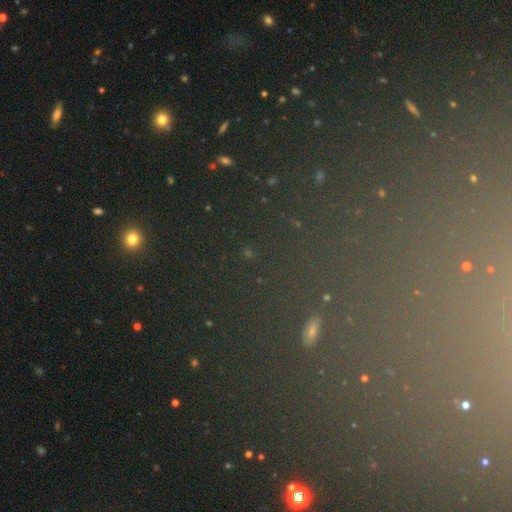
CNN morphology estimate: Smooth or featured? Predicted: star or artifact (p=0.72).